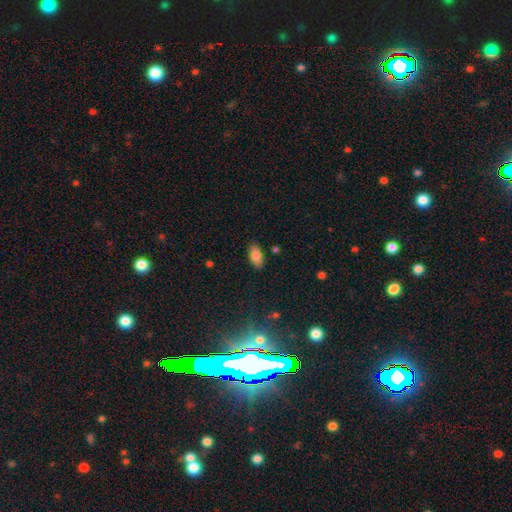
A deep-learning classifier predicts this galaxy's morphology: This appears to be a smooth galaxy with no disk features (82%) that is in between round and cigar-shaped (91%). Merging: none (86%).